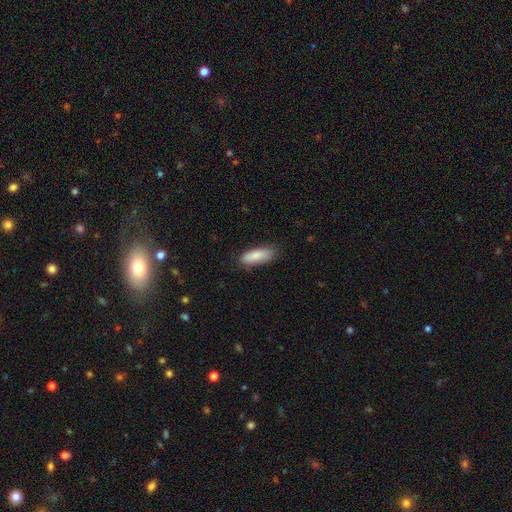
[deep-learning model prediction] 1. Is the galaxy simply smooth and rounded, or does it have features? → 86% smooth, 8% featured or disk, 6% star or artifact.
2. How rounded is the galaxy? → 60% in between, 38% cigar-shaped, 2% round.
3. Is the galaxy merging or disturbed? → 78% none, 18% minor disturbance, 3% major disturbance, 1% merger.